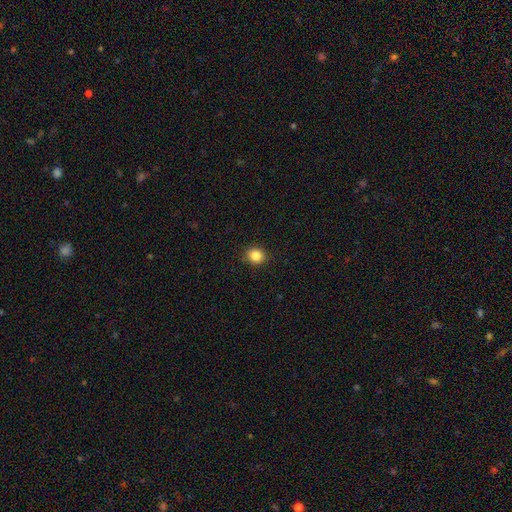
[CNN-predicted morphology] type=smooth (85%); roundness=round (85%); merging=none (91%).